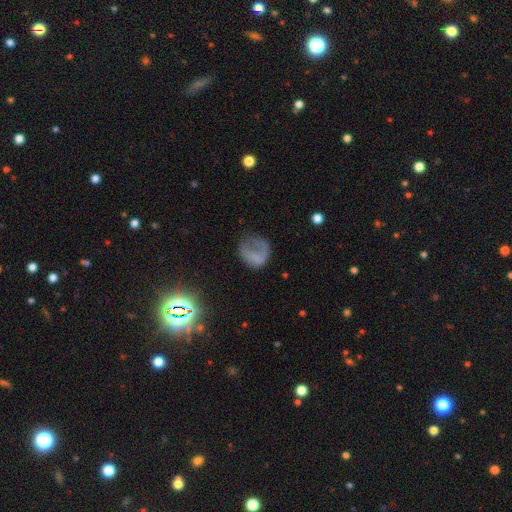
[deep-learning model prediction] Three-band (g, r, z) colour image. It shows a smooth galaxy with no disk features (57%) that is round (69%). Merging: none (40%).